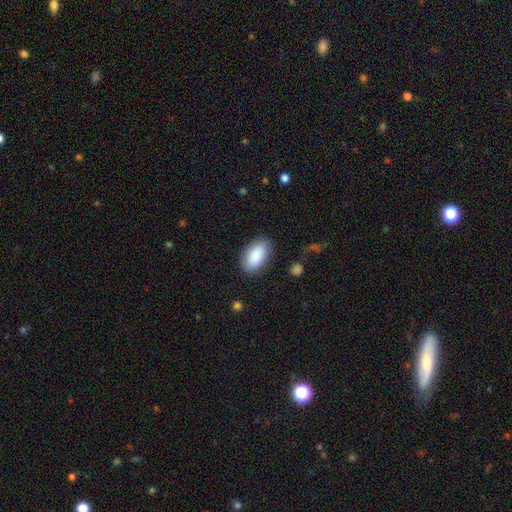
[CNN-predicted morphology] Smooth or featured: smooth — 88% (featured or disk — 6%)
How rounded: in between — 94% (round — 4%)
Merging: none — 84% (minor disturbance — 11%)